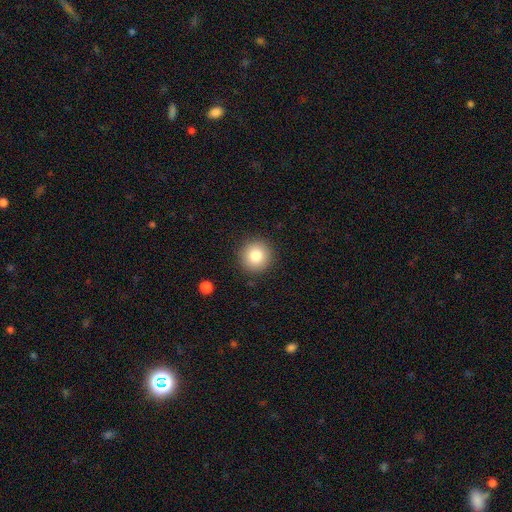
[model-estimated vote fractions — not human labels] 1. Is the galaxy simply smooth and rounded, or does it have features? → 82% smooth, 10% star or artifact, 8% featured or disk.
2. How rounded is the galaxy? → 95% round, 4% in between, 1% cigar-shaped.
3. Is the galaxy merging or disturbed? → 91% none, 6% minor disturbance, 2% major disturbance, 1% merger.